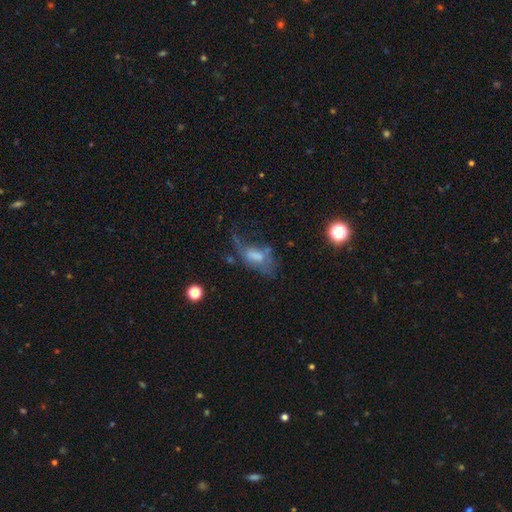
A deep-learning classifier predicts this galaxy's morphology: Overall: featured or disk (49%; smooth 34%). Merging: major disturbance (46%; none 27%).